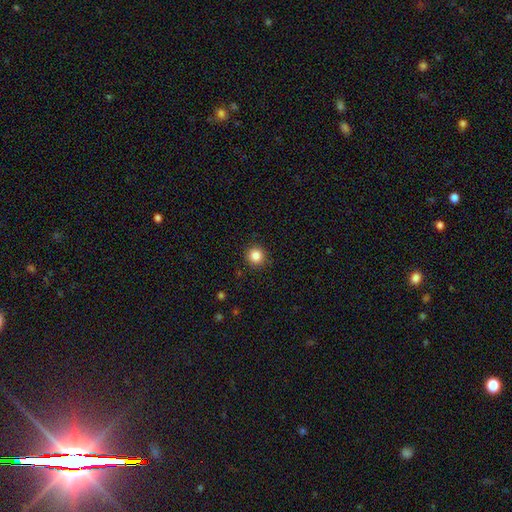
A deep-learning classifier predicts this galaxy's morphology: A smooth galaxy with no disk features (85%) that is round (94%).

Vote fractions:
- Smooth or featured? smooth: 85% / star or artifact: 11% / featured or disk: 5%
- How rounded? round: 94% / in between: 5% / cigar-shaped: 1%
- Merging? none: 91% / minor disturbance: 6% / major disturbance: 2% / merger: 1%